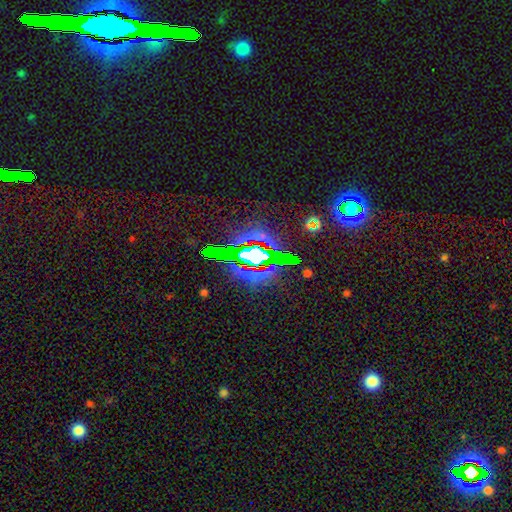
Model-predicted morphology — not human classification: Smooth or featured: star or artifact — 70% (smooth — 16%)